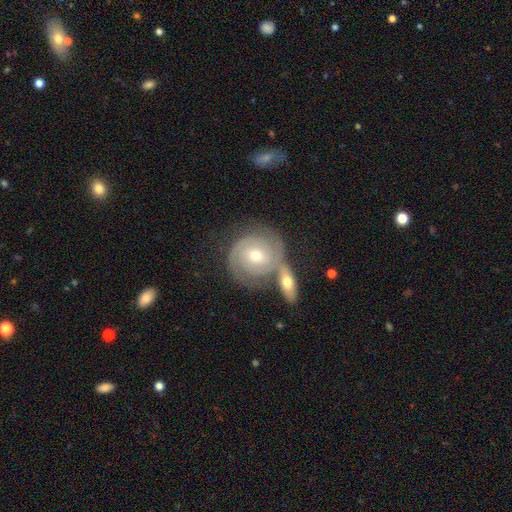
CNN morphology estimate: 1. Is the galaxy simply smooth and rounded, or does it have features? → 82% featured or disk, 13% smooth, 5% star or artifact.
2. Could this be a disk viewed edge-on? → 96% no, 4% yes.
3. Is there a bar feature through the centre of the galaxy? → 63% no, 30% weak, 7% strong.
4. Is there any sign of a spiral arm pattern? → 95% yes, 5% no.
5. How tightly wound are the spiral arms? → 75% tight, 20% medium, 5% loose.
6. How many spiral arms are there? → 62% 2, 19% can't tell, 11% 3, 3% 1, 3% 4, 2% more than 4.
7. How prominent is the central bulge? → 55% moderate, 42% small, 2% large, 1% none, 1% dominant.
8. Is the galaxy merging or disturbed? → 53% none, 29% merger, 13% minor disturbance, 5% major disturbance.